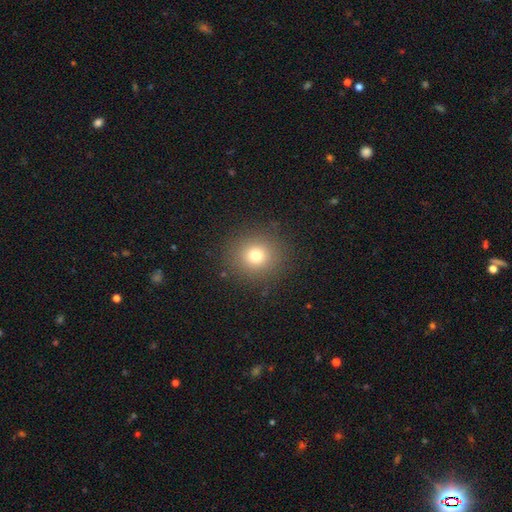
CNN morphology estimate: Overall: smooth (75%). How rounded: round (88%). Merging: none (88%).